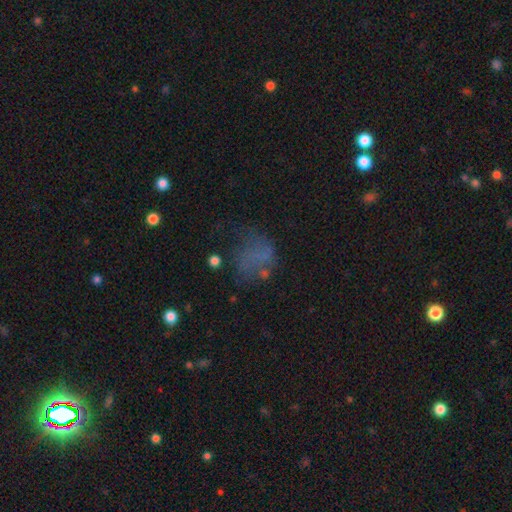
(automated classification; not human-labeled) smooth 48%, featured or disk 27%, star or artifact 25%. Down the decision tree: merging — none (44%).